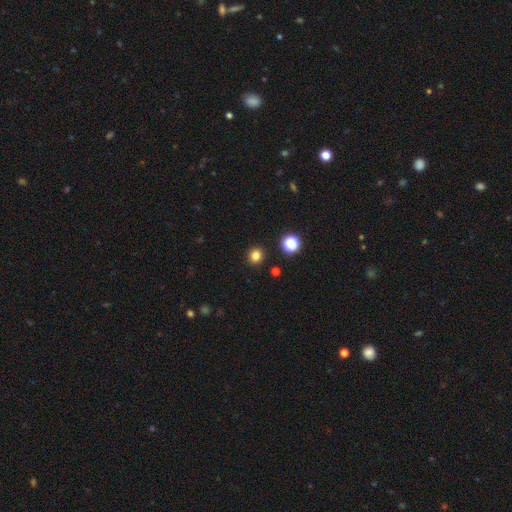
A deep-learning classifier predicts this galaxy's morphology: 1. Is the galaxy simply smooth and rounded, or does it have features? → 81% smooth, 15% star or artifact, 5% featured or disk.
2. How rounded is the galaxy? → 83% round, 16% in between, 1% cigar-shaped.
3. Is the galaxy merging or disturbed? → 91% none, 5% minor disturbance, 2% major disturbance, 2% merger.